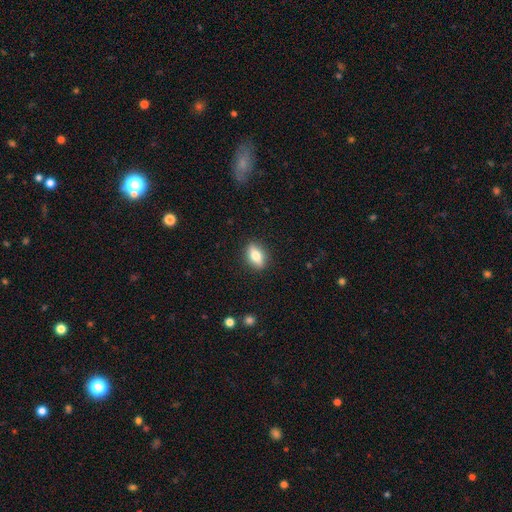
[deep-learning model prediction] This is likely a smooth galaxy (71%). How rounded: likely in between (79%). Merging: clearly none (88%).